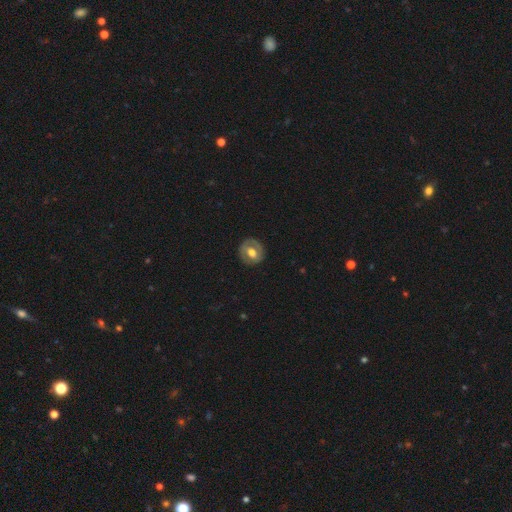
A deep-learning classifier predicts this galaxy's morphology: Smooth or featured? Predicted: featured or disk (p=0.47). Merging? Predicted: none (p=0.85).